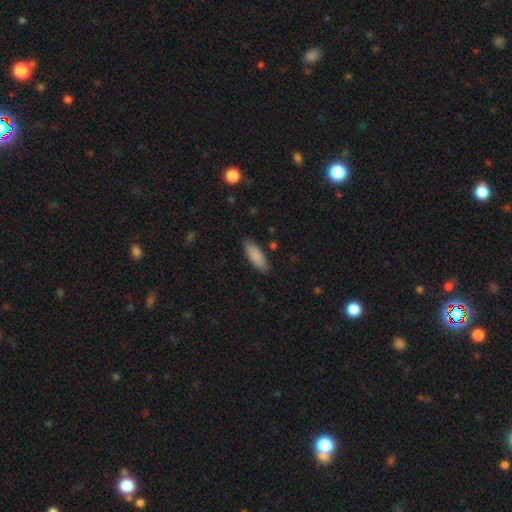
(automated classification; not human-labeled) This is clearly a smooth galaxy (88%). How rounded: likely in between (66%). Merging: clearly none (85%).